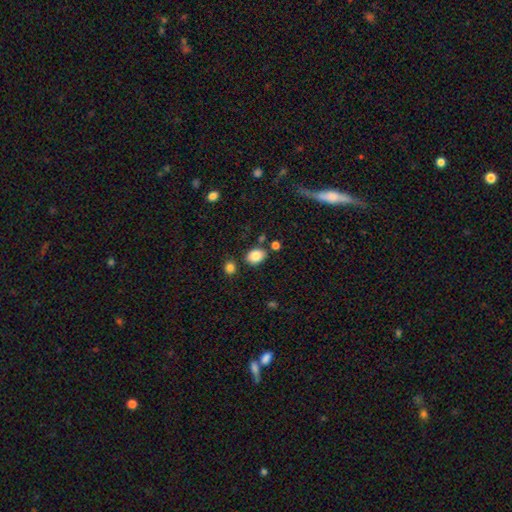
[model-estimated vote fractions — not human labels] Q: Smooth or featured?
A: smooth (85%); runner-up: star or artifact (8%)
Q: How rounded?
A: in between (73%); runner-up: round (26%)
Q: Merging?
A: none (78%); runner-up: minor disturbance (12%)